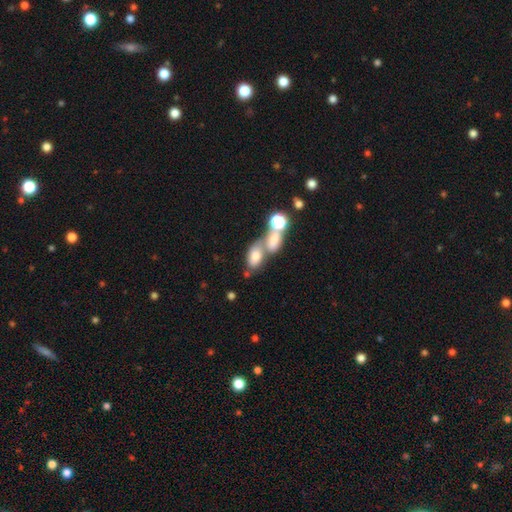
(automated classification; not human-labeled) Q: Smooth or featured?
A: smooth (69%); runner-up: featured or disk (17%)
Q: How rounded?
A: in between (82%); runner-up: round (15%)
Q: Merging?
A: merger (56%); runner-up: none (27%)